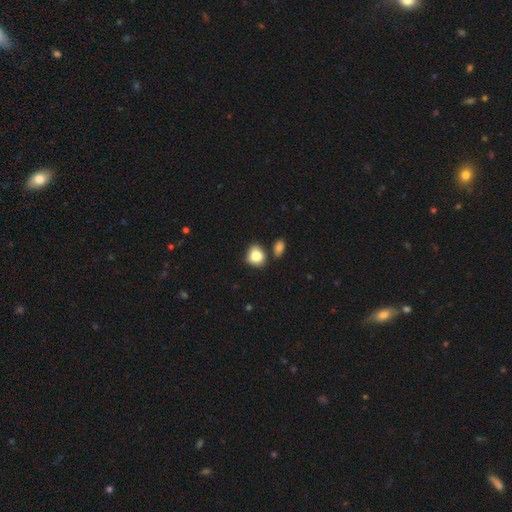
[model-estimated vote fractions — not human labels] The model was most divided on "how rounded": round: 63%, in between: 36%, cigar-shaped: 1%. More confident: smooth or featured — smooth (83%); merging — none (66%).